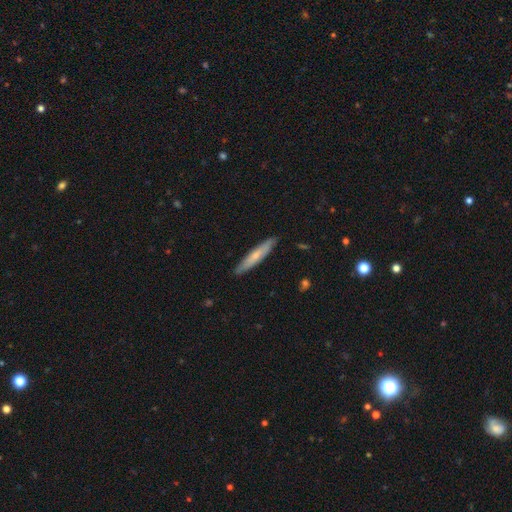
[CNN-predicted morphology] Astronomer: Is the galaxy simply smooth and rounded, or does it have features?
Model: smooth — 59% (runner-up: featured or disk, 35%).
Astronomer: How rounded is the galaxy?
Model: cigar-shaped — 91%.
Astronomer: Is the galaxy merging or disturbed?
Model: none — 89%.